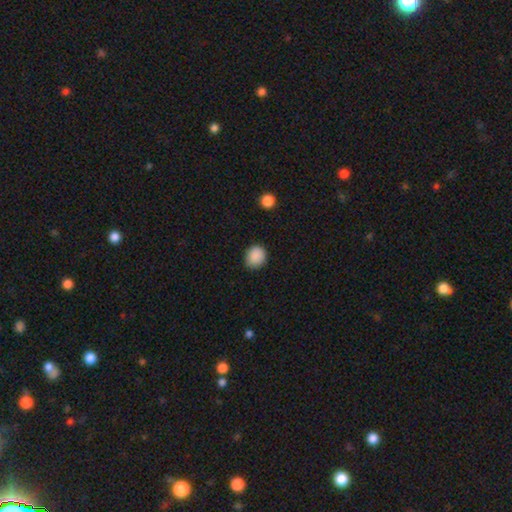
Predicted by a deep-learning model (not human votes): This appears to be a smooth galaxy with no disk features (88%) that is round (76%). Merging: none (82%).